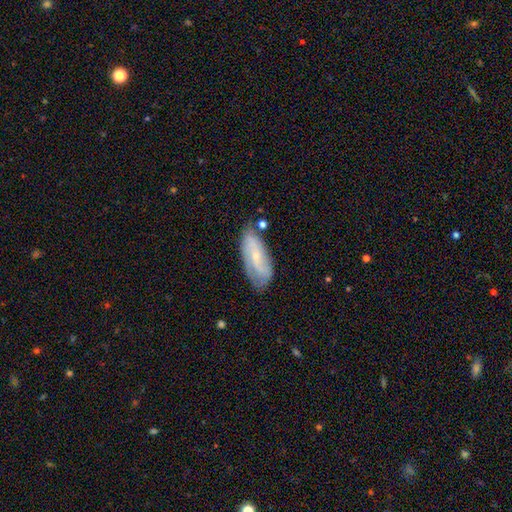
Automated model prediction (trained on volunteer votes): smooth-or-featured: featured or disk: 60% | smooth: 33% | star or artifact: 7%
  disk-edge-on: no: 88% | yes: 12%
    bar: no: 50% | weak: 35% | strong: 15%
    has-spiral-arms: yes: 81% | no: 19%
    bulge-size: small: 75% | moderate: 19% | none: 3% | large: 1% | dominant: 1%
  merging: none: 69% | minor disturbance: 22% | major disturbance: 6% | merger: 4%